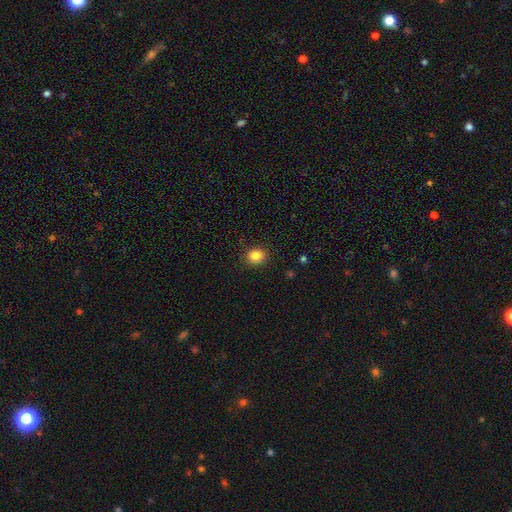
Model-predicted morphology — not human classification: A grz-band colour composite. It shows a smooth galaxy with no disk features (84%) that is round (75%). Merging: none (89%).